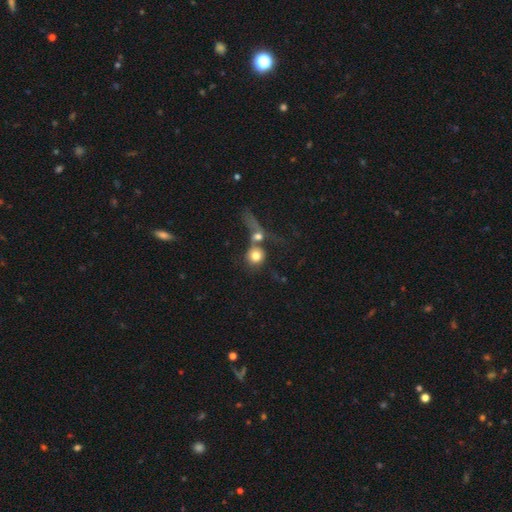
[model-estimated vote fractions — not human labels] Smooth or featured?
  - smooth: 75% *
  - featured or disk: 16%
  - star or artifact: 9%
How rounded?
  - round: 86% *
  - in between: 12%
  - cigar-shaped: 2%
Merging?
  - merger: 45% *
  - none: 36%
  - major disturbance: 11%
  - minor disturbance: 9%